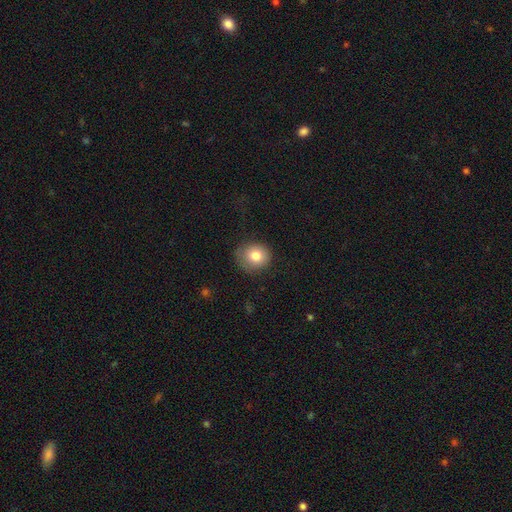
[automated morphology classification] This appears to be a smooth galaxy with no disk features (79%) that is round (82%). Merging: none (76%).